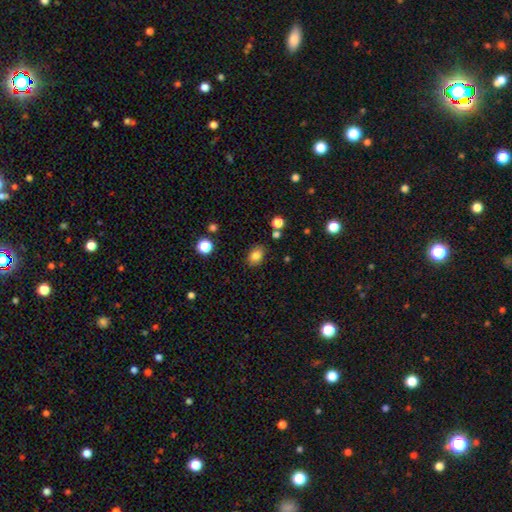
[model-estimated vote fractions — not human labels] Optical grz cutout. It shows a smooth galaxy with no disk features (82%) that is in between round and cigar-shaped (72%). Merging: none (82%).